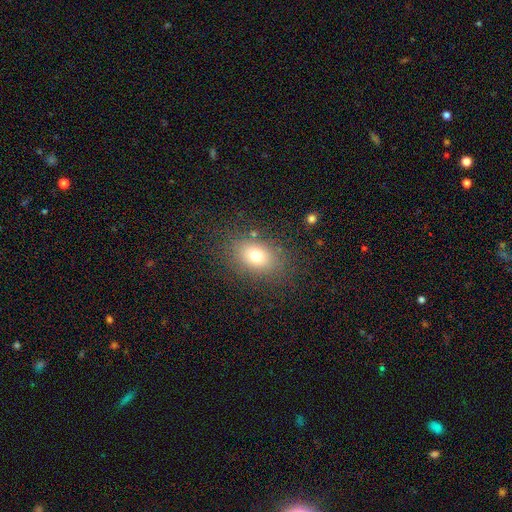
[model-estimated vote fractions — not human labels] This is likely a smooth galaxy (74%). How rounded: likely in between (72%). Merging: clearly none (82%).